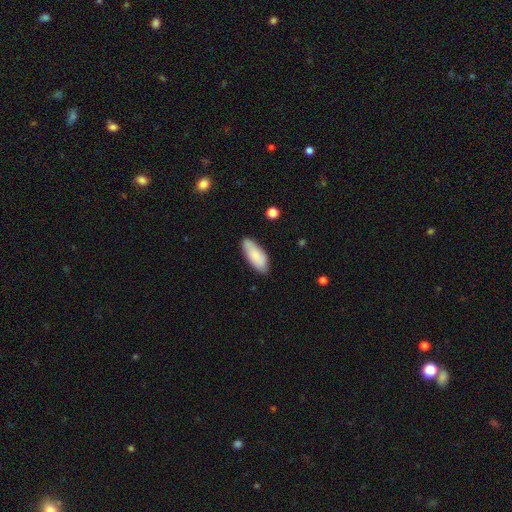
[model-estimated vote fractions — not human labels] Smooth or featured: smooth — 82% (featured or disk — 12%)
How rounded: in between — 80% (cigar-shaped — 18%)
Merging: none — 79% (minor disturbance — 17%)